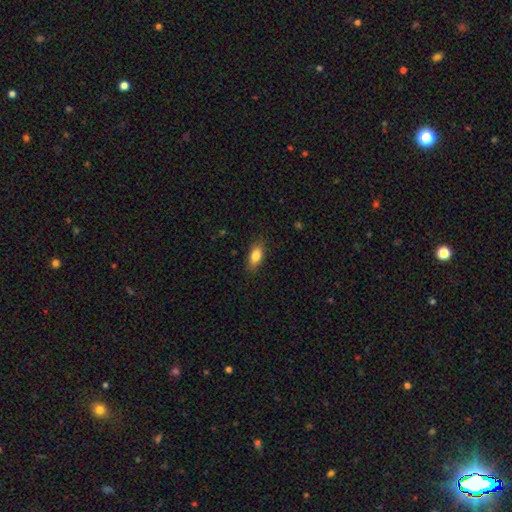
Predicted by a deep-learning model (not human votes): Smooth or featured? Predicted: smooth (p=0.81). How rounded? Predicted: in between (p=0.82). Merging? Predicted: none (p=0.83).